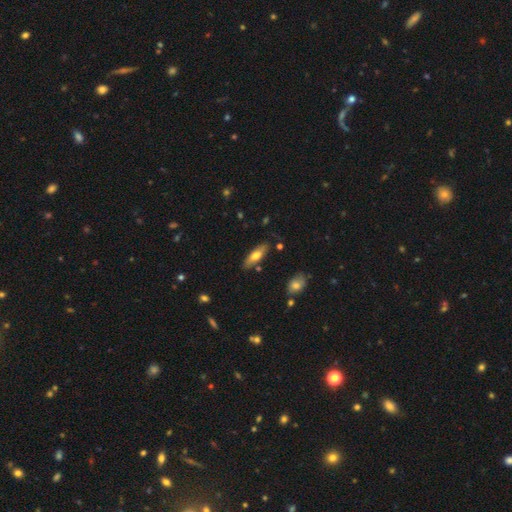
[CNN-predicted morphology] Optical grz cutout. It shows a smooth galaxy with no disk features (64%) that is in between round and cigar-shaped (55%). Merging: none (81%).